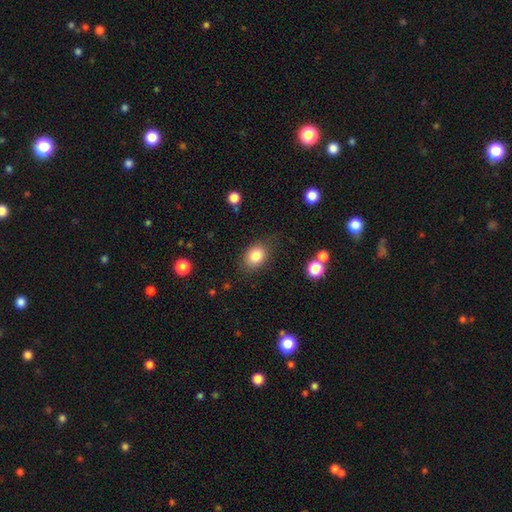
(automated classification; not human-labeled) Smooth or featured: smooth — 83% (star or artifact — 9%)
How rounded: in between — 63% (round — 36%)
Merging: none — 77% (minor disturbance — 16%)